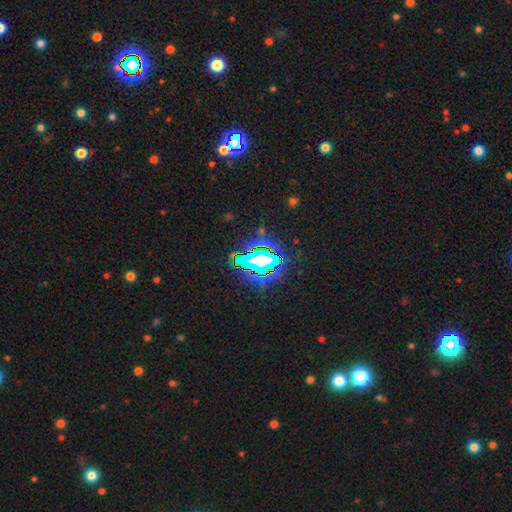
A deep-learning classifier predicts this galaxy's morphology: A star or artifact, not a galaxy (69%).

Vote fractions:
- Smooth or featured? star or artifact: 69% / smooth: 16% / featured or disk: 14%